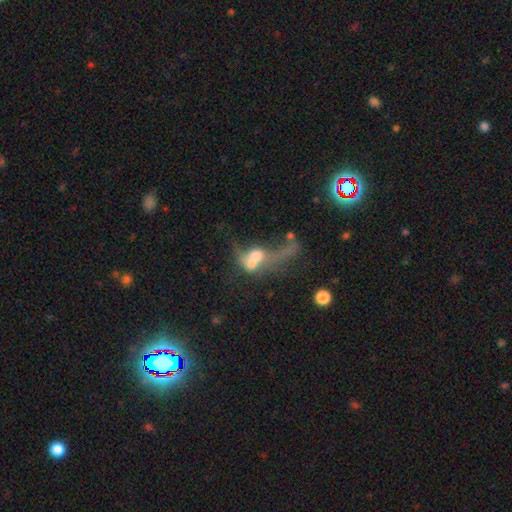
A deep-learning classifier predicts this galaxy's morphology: This is marginally a featured or disk galaxy (45%). Merging: possibly merger (54%).